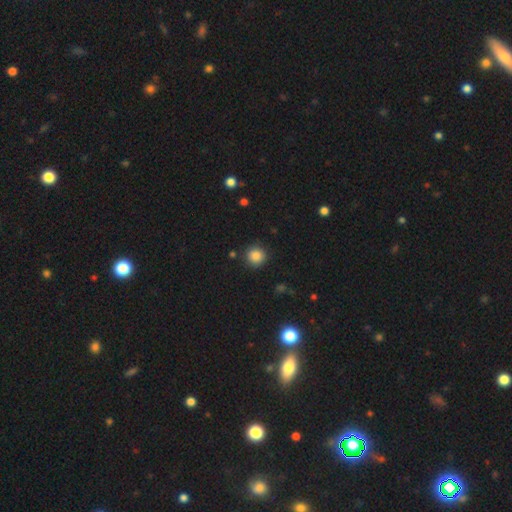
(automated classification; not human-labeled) This is clearly a smooth galaxy (85%). How rounded: clearly round (91%). Merging: clearly none (87%).